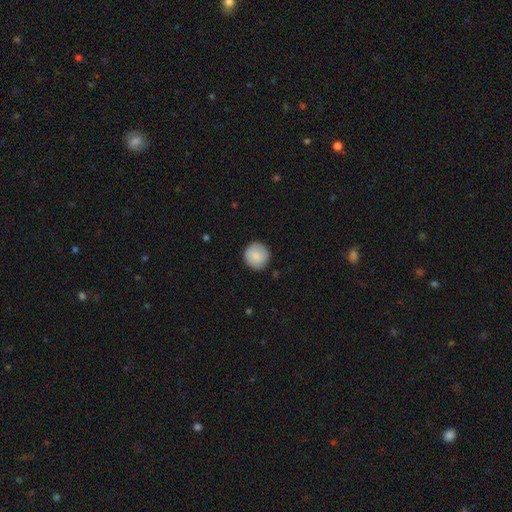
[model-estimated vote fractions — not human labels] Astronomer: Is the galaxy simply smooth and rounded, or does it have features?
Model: smooth — 84%.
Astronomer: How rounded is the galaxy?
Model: round — 95%.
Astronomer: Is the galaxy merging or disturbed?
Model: none — 88%.